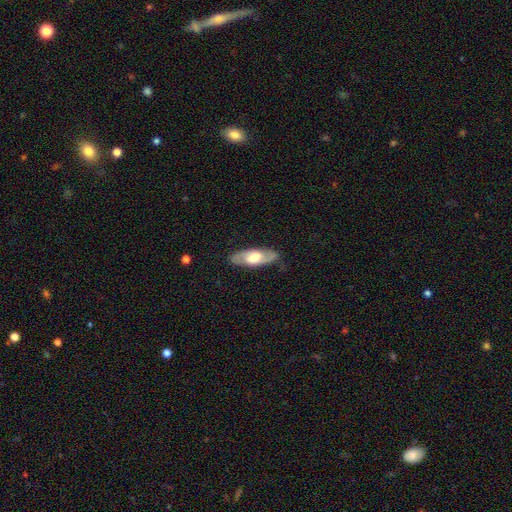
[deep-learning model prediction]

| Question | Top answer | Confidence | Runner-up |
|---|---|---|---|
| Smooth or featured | featured or disk | 59% | smooth (36%) |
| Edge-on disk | no | 75% | yes (25%) |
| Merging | none | 83% | minor disturbance (13%) |